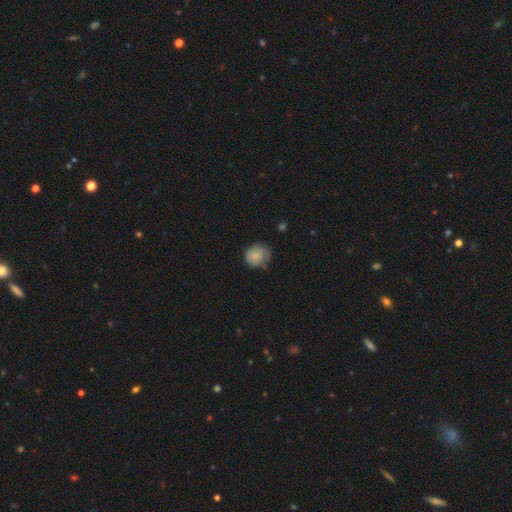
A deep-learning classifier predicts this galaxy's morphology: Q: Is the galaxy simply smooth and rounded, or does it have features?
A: smooth — 84%.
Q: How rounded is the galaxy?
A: round — 76%.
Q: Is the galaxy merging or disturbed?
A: none — 56%.